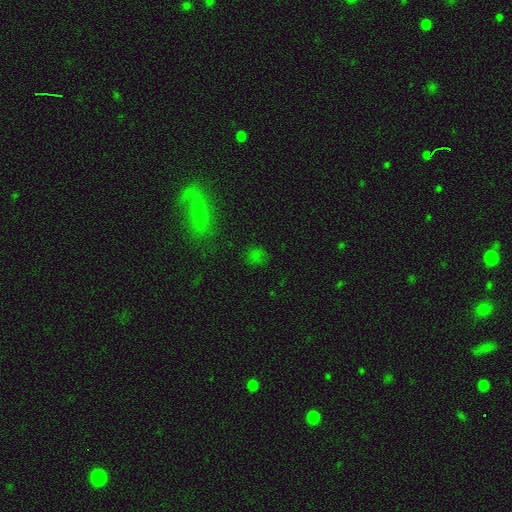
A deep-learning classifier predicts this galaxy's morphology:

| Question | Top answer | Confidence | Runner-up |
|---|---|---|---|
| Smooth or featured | smooth | 60% | star or artifact (33%) |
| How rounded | round | 73% | in between (24%) |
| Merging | none | 79% | minor disturbance (12%) |